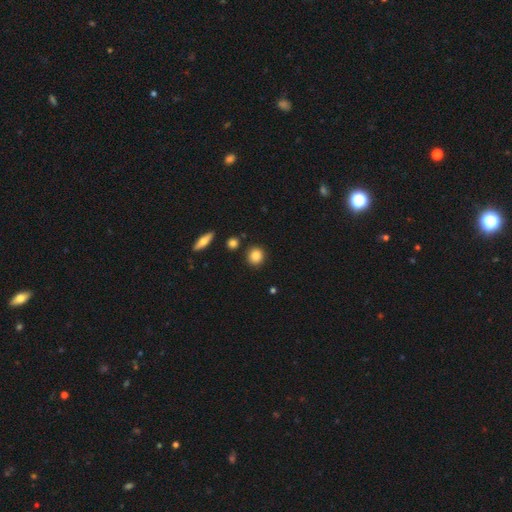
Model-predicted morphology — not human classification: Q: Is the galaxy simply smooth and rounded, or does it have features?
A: smooth — 86%.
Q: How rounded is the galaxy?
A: round — 85%.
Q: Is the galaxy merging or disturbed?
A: none — 87%.